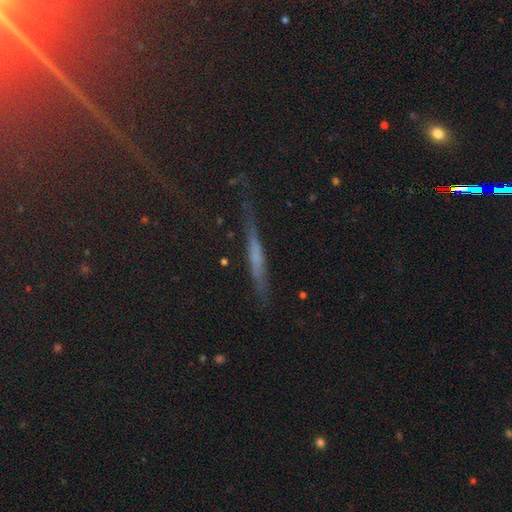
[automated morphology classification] This appears to be a featured or disk galaxy (44%). Merging: none (75%).